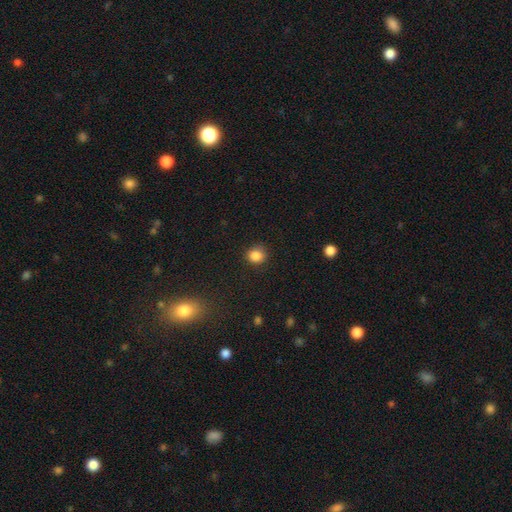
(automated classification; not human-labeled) The model was most divided on "how rounded": round: 79%, in between: 20%, cigar-shaped: 1%. More confident: smooth or featured — smooth (85%); merging — none (83%).